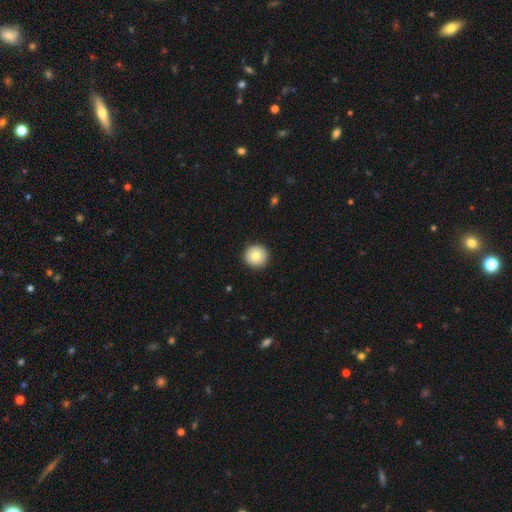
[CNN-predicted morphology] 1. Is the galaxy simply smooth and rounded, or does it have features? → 80% smooth, 13% featured or disk, 8% star or artifact.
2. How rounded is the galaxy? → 95% round, 4% in between, 1% cigar-shaped.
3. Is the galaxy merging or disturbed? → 92% none, 5% minor disturbance, 2% major disturbance, 1% merger.